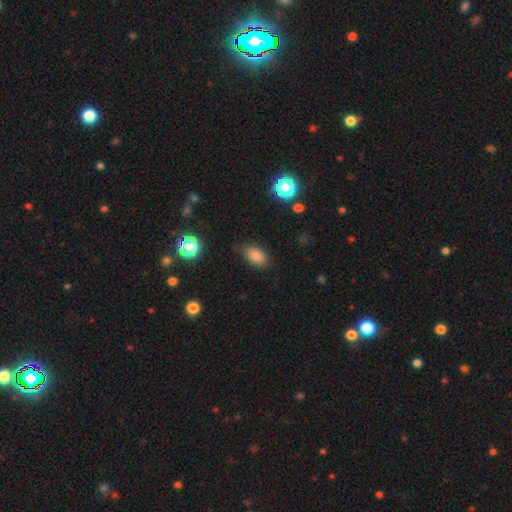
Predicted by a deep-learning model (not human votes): Morphology: type=smooth (82%); roundness=in between (90%); merging=none (82%).